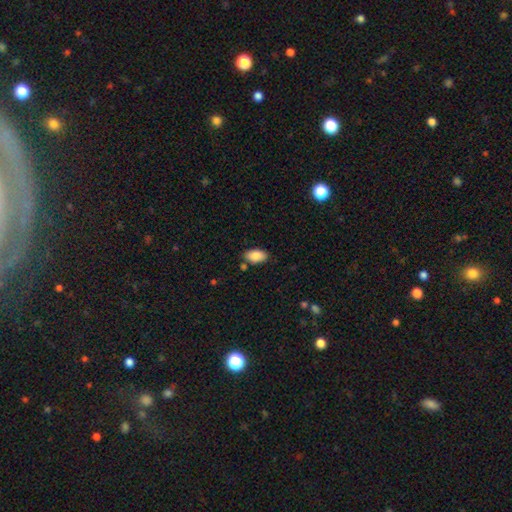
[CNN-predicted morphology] Smooth or featured? smooth (87%)
How rounded? in between (94%)
Merging? none (81%)